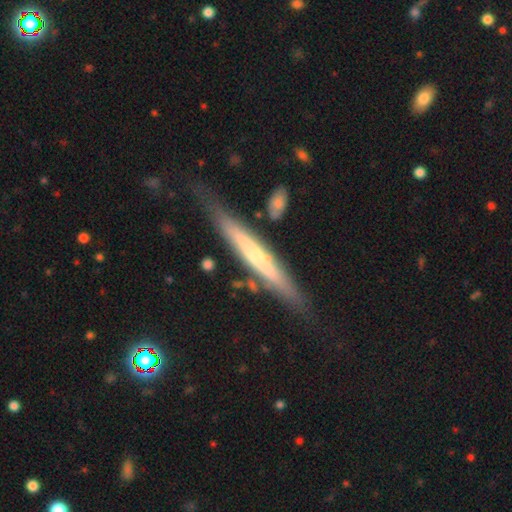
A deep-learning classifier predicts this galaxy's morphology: smooth-or-featured: featured or disk: 60% | smooth: 34% | star or artifact: 6%
  disk-edge-on: yes: 89% | no: 11%
    edge-on-bulge: none: 48% | rounded: 41% | boxy: 11%
  merging: none: 71% | minor disturbance: 19% | major disturbance: 5% | merger: 5%